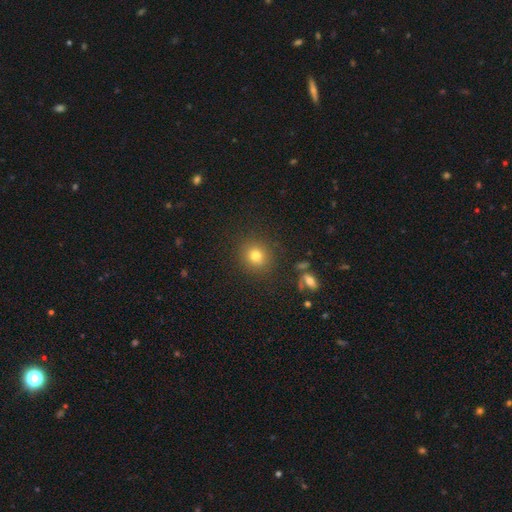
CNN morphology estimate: Smooth or featured: smooth — 78% (star or artifact — 15%)
How rounded: round — 88% (in between — 11%)
Merging: none — 87% (minor disturbance — 8%)